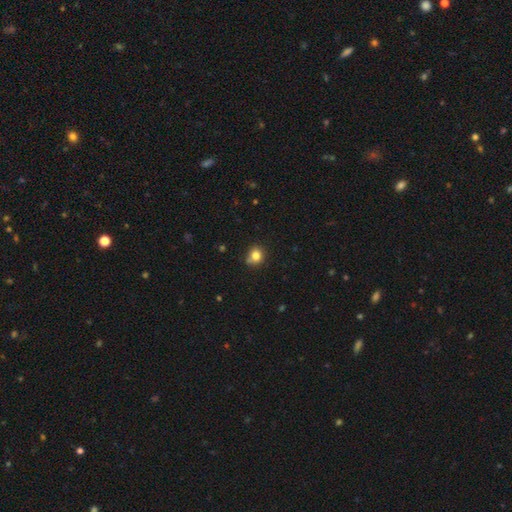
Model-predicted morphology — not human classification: A smooth galaxy with no disk features (81%) that is round (76%).

Vote fractions:
- Smooth or featured? smooth: 81% / star or artifact: 12% / featured or disk: 7%
- How rounded? round: 76% / in between: 23% / cigar-shaped: 1%
- Merging? none: 72% / minor disturbance: 19% / merger: 5% / major disturbance: 4%